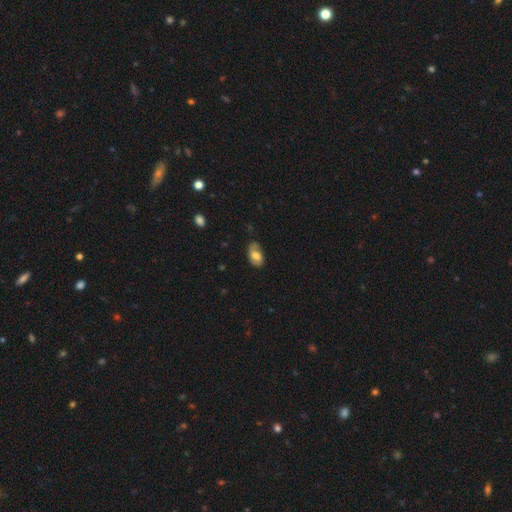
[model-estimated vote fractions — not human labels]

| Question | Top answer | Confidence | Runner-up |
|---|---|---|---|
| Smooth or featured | smooth | 62% | featured or disk (31%) |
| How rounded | in between | 92% | round (6%) |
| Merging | none | 59% | minor disturbance (30%) |